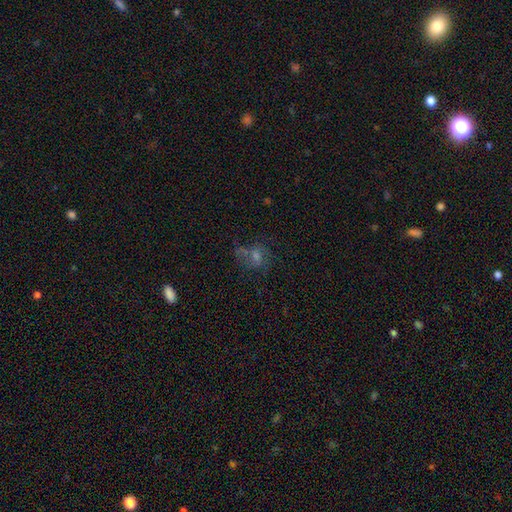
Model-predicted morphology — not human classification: This is marginally a featured or disk galaxy (36%). Merging: possibly none (53%).